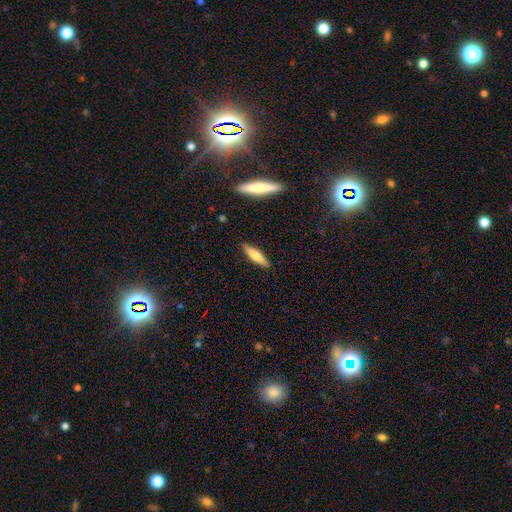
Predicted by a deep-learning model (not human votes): smooth_or_featured: smooth (p=0.70) [alt: featured or disk p=0.24]
how_rounded: cigar-shaped (p=0.70) [alt: in between p=0.28]
merging: none (p=0.87) [alt: minor disturbance p=0.09]